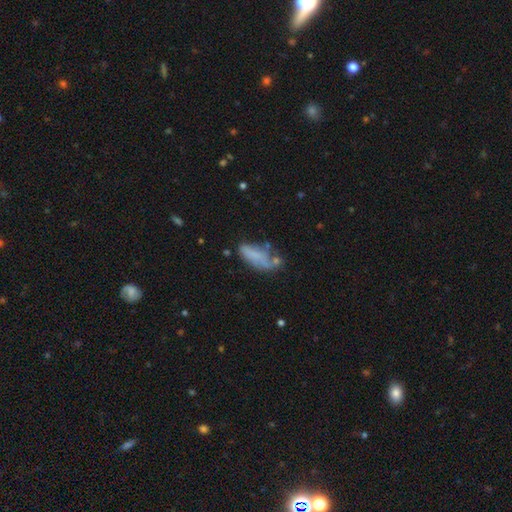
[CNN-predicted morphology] type=smooth (59%); roundness=in between (70%); merging=none (36%).